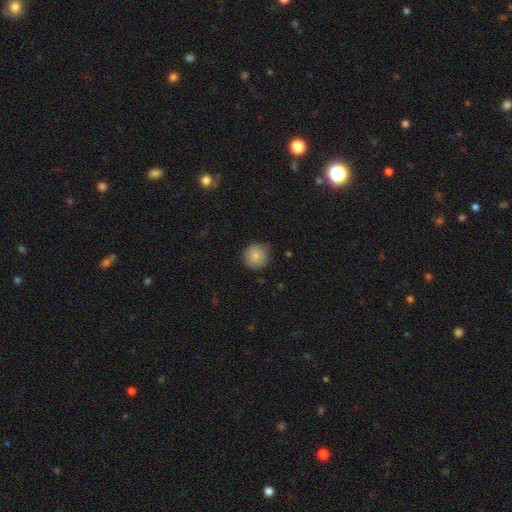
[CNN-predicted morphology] This appears to be a smooth galaxy with no disk features (82%) that is round (94%). Merging: none (84%).